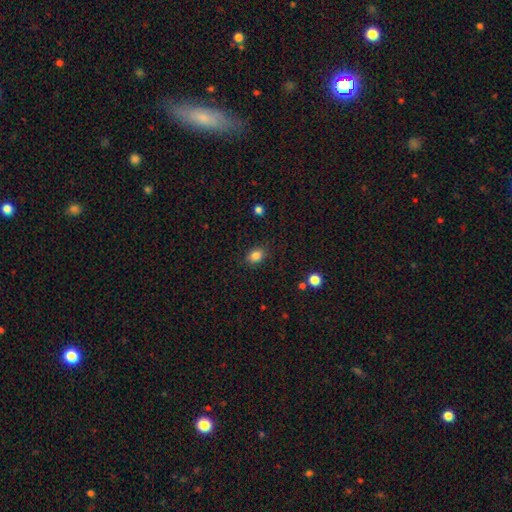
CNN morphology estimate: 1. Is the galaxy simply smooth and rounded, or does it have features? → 84% smooth, 11% star or artifact, 5% featured or disk.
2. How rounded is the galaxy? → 66% in between, 33% round, 1% cigar-shaped.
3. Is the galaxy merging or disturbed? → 86% none, 10% minor disturbance, 3% major disturbance, 1% merger.